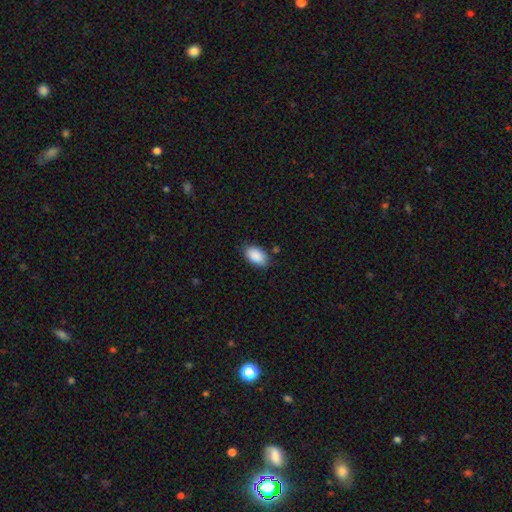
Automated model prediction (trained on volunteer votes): A smooth galaxy with no disk features (90%) that is in between round and cigar-shaped (94%).

Vote fractions:
- Smooth or featured? smooth: 90% / star or artifact: 7% / featured or disk: 4%
- How rounded? in between: 94% / round: 5% / cigar-shaped: 2%
- Merging? none: 80% / minor disturbance: 15% / major disturbance: 3% / merger: 2%